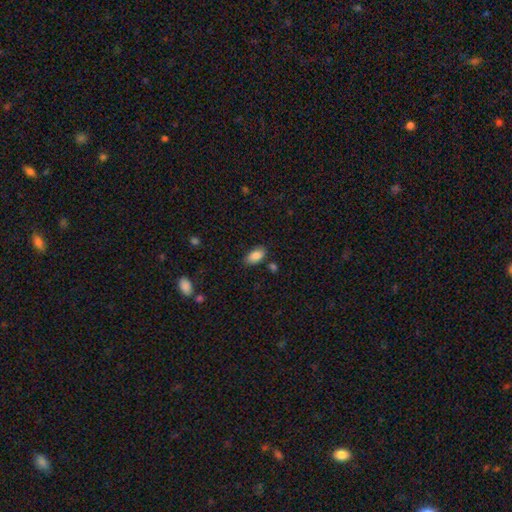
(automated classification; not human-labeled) Morphology: type=smooth (87%); roundness=in between (93%); merging=none (80%).